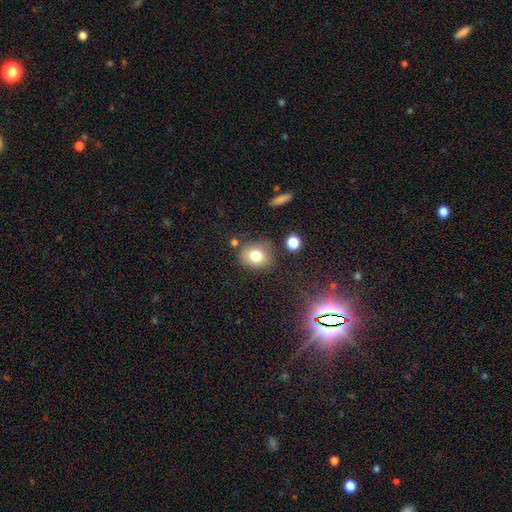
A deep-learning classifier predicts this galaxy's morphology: Overall: smooth (77%). How rounded: round (66%; in between 33%). Merging: none (73%).